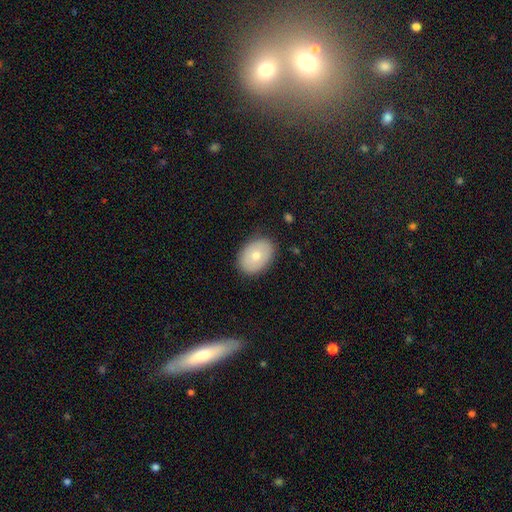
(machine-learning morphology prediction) Smooth or featured? smooth (70%)
How rounded? in between (78%)
Merging? none (86%)